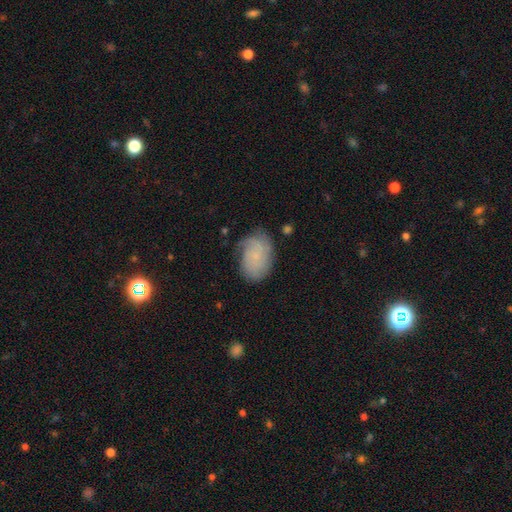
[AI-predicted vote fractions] Smooth or featured? featured or disk (46%)
Merging? none (63%)